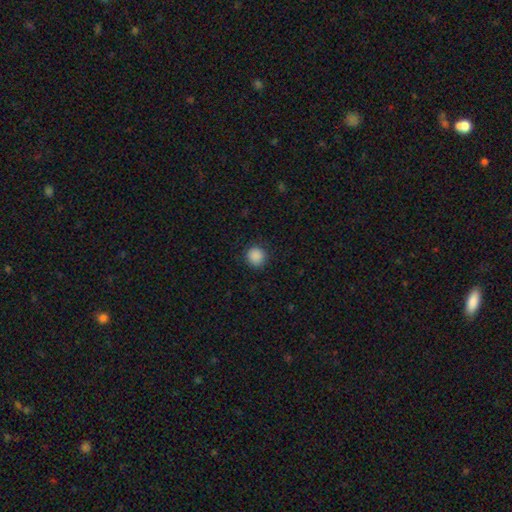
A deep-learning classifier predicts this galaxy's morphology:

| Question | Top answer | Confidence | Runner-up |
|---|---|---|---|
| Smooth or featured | smooth | 89% | star or artifact (9%) |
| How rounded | round | 93% | in between (6%) |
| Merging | none | 91% | minor disturbance (6%) |